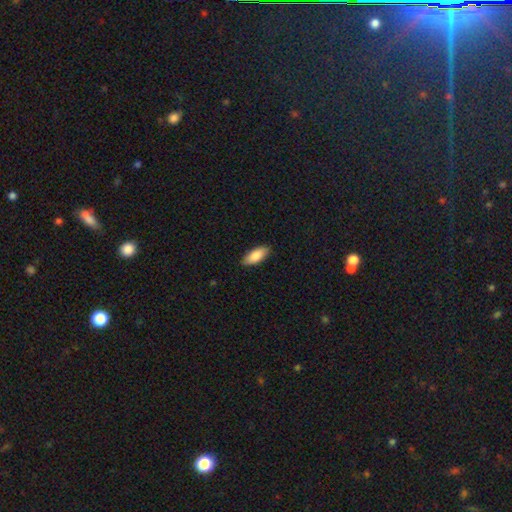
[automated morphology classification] Smooth or featured? smooth (86%)
How rounded? in between (82%)
Merging? none (88%)